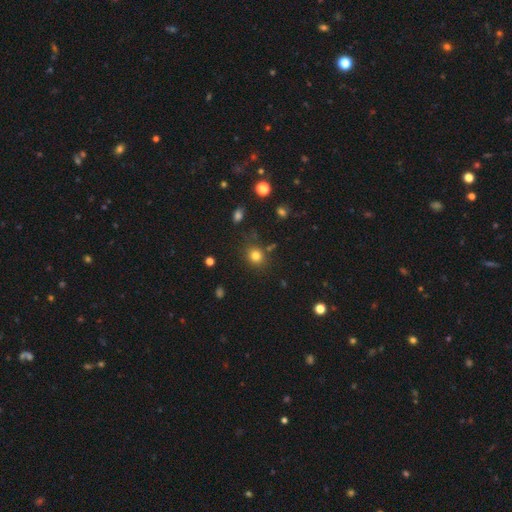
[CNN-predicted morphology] smooth 80%, star or artifact 14%, featured or disk 6%. Down the decision tree: how rounded — round (78%); merging — none (81%).